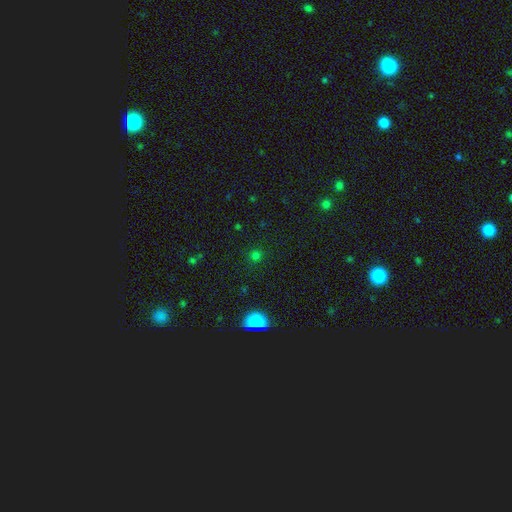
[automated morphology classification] The model was most divided on "smooth or featured": smooth: 64%, star or artifact: 31%, featured or disk: 5%. More confident: how rounded — round (92%); merging — none (86%).